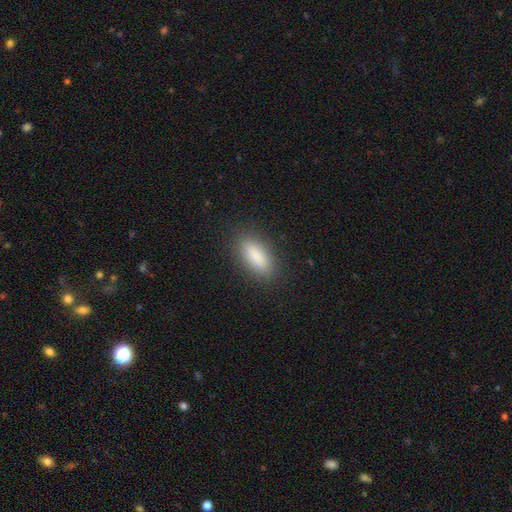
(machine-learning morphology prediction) A smooth galaxy with no disk features (87%) that is in between round and cigar-shaped (80%). Merging: none (88%).